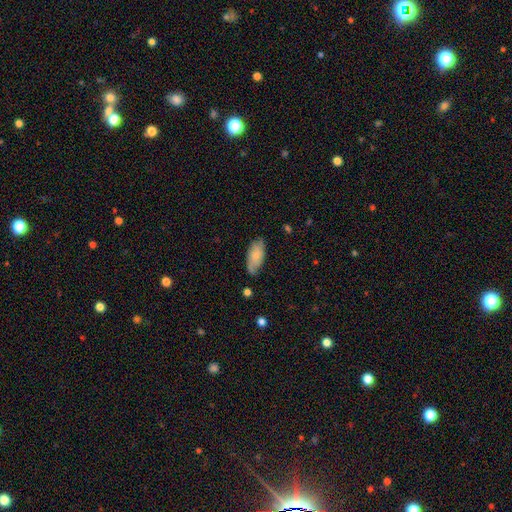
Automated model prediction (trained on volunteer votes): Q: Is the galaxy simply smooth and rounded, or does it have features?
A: smooth — 69%.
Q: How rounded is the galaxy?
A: in between — 90%.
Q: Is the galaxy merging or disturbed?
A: none — 70%.